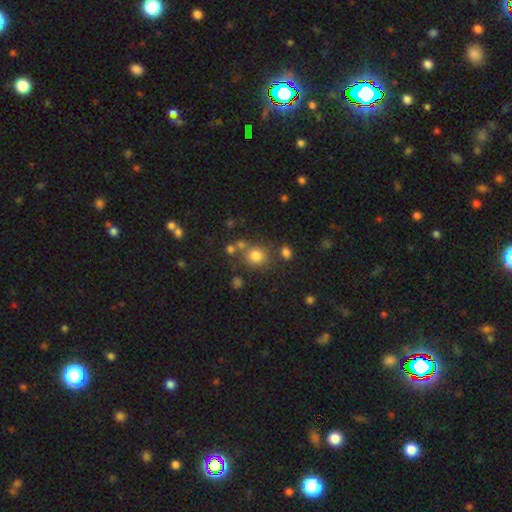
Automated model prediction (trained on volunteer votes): smooth-or-featured: smooth: 77% | star or artifact: 15% | featured or disk: 8%
  how-rounded: round: 84% | in between: 15% | cigar-shaped: 1%
  merging: none: 69% | merger: 15% | minor disturbance: 11% | major disturbance: 5%